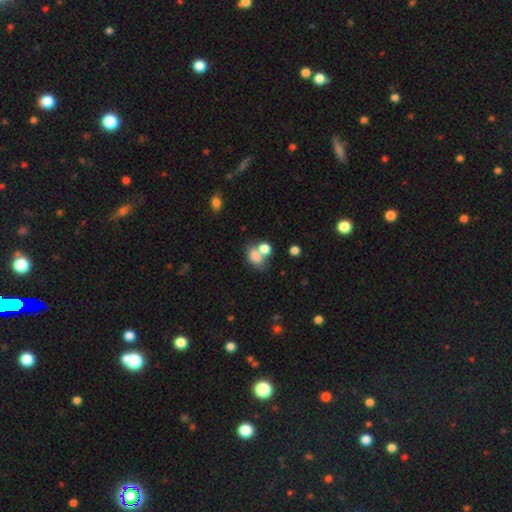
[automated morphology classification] Smooth or featured: smooth — 76% (featured or disk — 12%)
How rounded: in between — 67% (round — 31%)
Merging: merger — 48% (none — 34%)